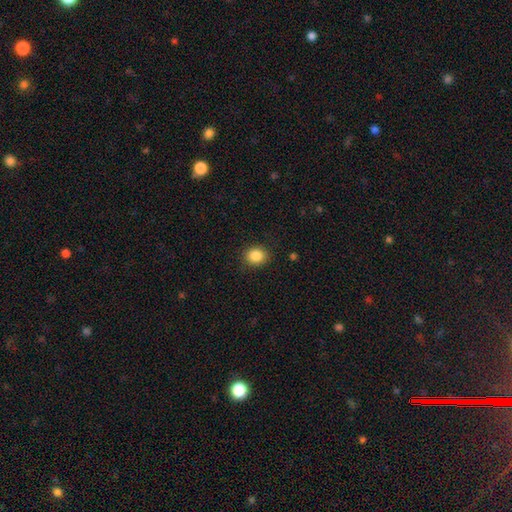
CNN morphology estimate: Smooth or featured? Predicted: smooth (p=0.86). How rounded? Predicted: round (p=0.65). Merging? Predicted: none (p=0.88).